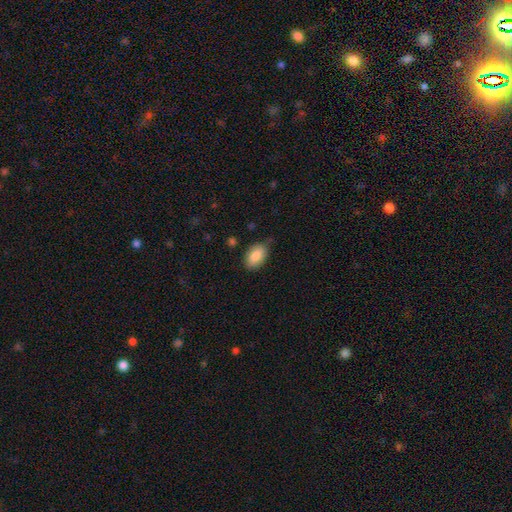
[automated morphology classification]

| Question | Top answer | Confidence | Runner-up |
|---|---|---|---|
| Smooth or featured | smooth | 84% | featured or disk (10%) |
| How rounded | in between | 92% | round (7%) |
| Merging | none | 78% | minor disturbance (17%) |